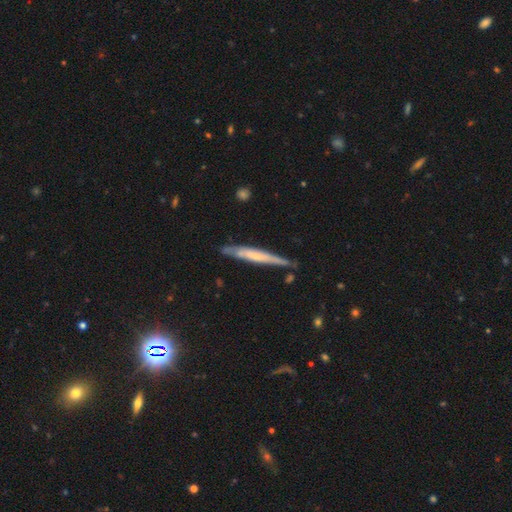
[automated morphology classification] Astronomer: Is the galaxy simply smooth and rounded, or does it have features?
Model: featured or disk — 52% (runner-up: smooth, 42%).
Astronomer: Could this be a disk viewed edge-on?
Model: yes — 90%.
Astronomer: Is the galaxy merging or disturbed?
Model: none — 77%.